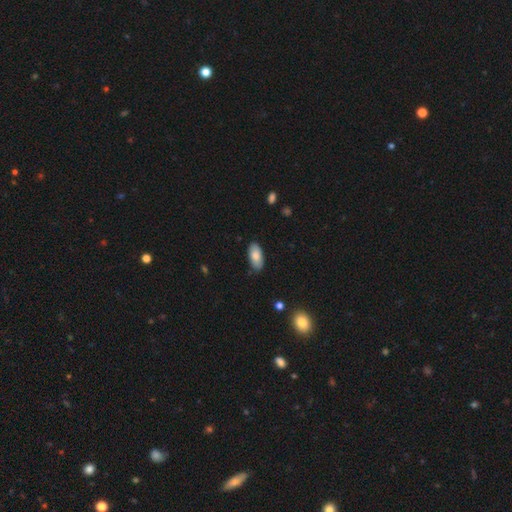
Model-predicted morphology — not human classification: smooth_or_featured: smooth (p=0.82) [alt: featured or disk p=0.11]
how_rounded: in between (p=0.91) [alt: cigar-shaped p=0.07]
merging: none (p=0.83) [alt: minor disturbance p=0.13]